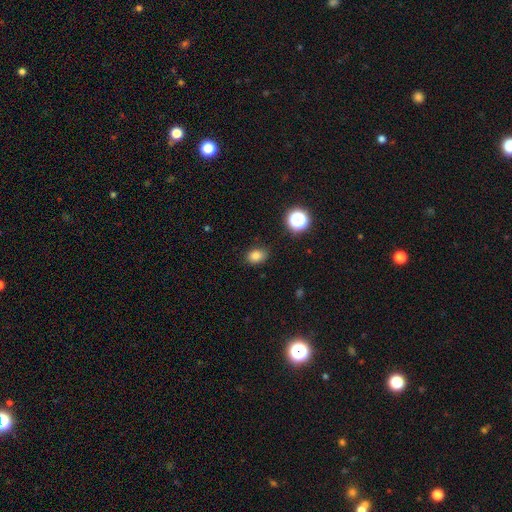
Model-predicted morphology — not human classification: type=smooth (81%); roundness=in between (63%); merging=none (83%).